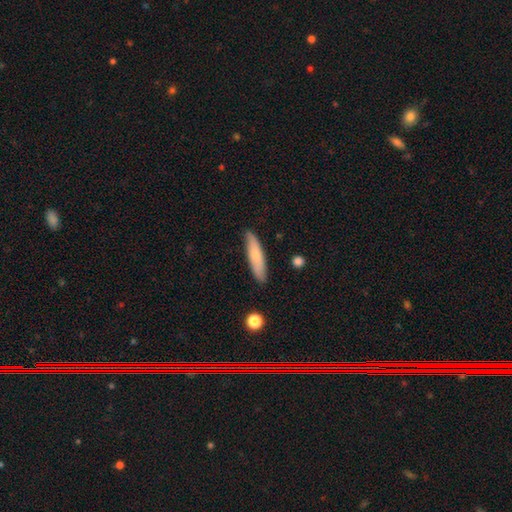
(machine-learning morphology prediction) Smooth or featured: smooth — 72% (featured or disk — 22%)
How rounded: cigar-shaped — 78% (in between — 20%)
Merging: none — 84% (minor disturbance — 12%)